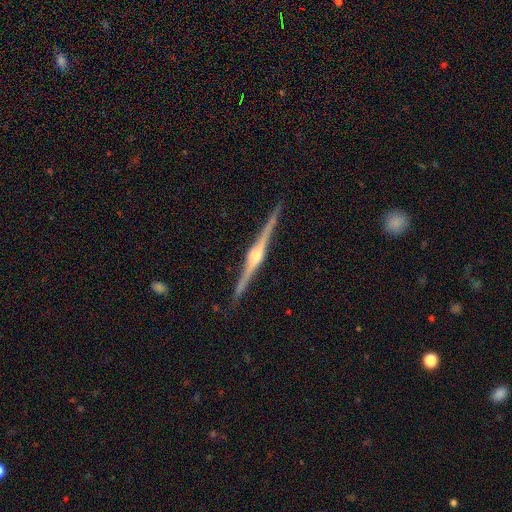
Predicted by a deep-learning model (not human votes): Q: Smooth or featured?
A: featured or disk (89%); runner-up: smooth (6%)
Q: Edge-on disk?
A: yes (99%); runner-up: no (1%)
Q: Edge-on bulge?
A: rounded (89%); runner-up: boxy (7%)
Q: Merging?
A: none (92%); runner-up: minor disturbance (6%)